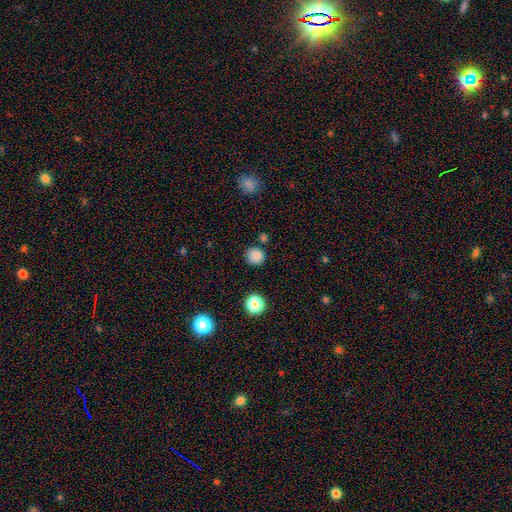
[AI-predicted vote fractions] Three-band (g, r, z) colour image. It shows a smooth galaxy with no disk features (84%) that is round (93%). Merging: none (84%).